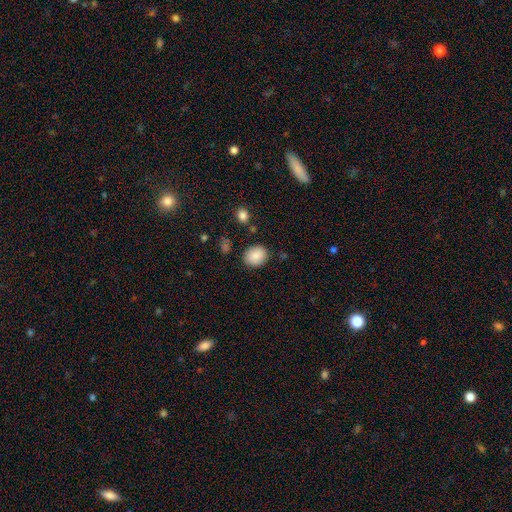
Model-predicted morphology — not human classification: Smooth or featured: smooth — 86% (star or artifact — 8%)
How rounded: round — 61% (in between — 38%)
Merging: none — 85% (minor disturbance — 10%)